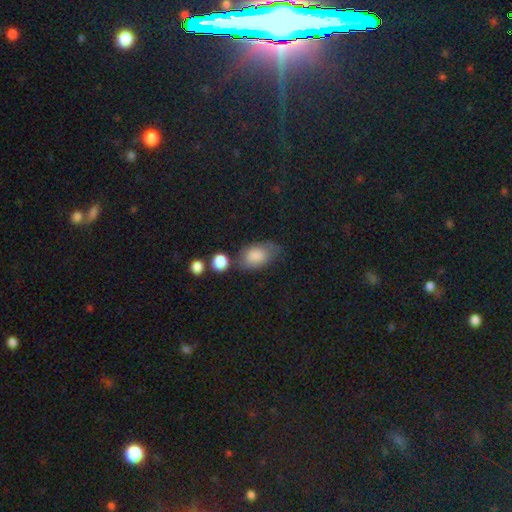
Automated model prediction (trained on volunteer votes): This is clearly a smooth galaxy (82%). How rounded: clearly in between (87%). Merging: possibly none (50%).